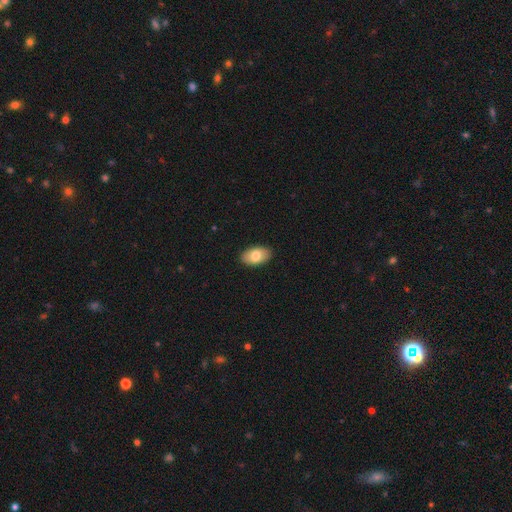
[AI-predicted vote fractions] Q: Smooth or featured?
A: smooth (80%); runner-up: featured or disk (14%)
Q: How rounded?
A: in between (94%); runner-up: round (5%)
Q: Merging?
A: none (90%); runner-up: minor disturbance (8%)